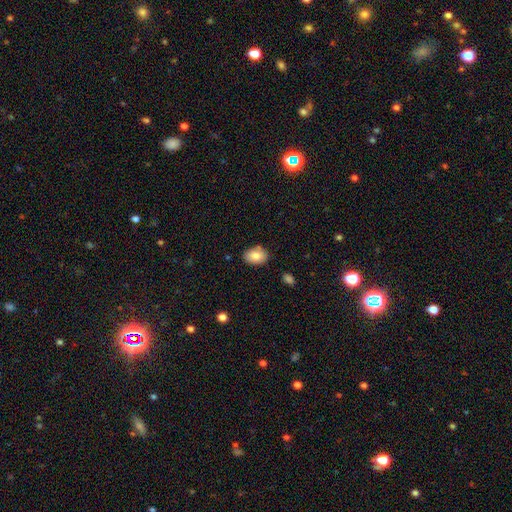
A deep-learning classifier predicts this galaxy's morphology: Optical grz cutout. It shows a smooth galaxy with no disk features (83%) that is in between round and cigar-shaped (81%). Merging: none (81%).